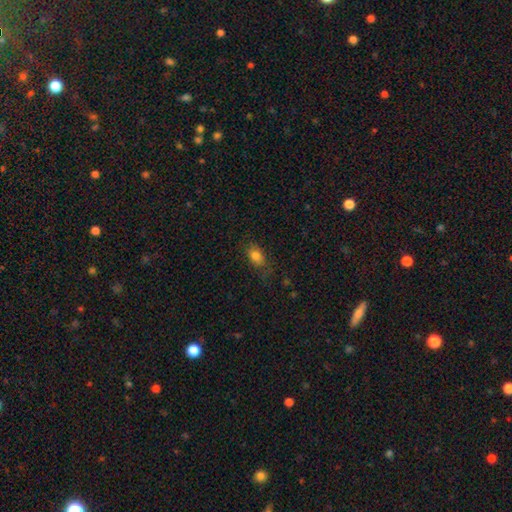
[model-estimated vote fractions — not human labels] Morphology: type=smooth (80%); roundness=in between (84%); merging=none (71%).